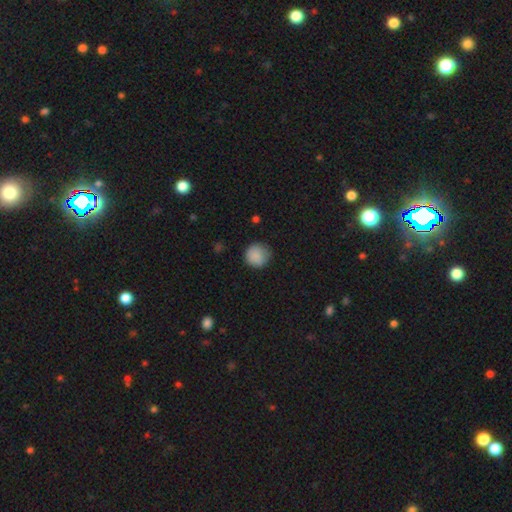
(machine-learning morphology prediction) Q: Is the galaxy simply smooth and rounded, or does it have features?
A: smooth — 88%.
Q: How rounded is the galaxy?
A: round — 94%.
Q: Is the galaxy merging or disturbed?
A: none — 83%.